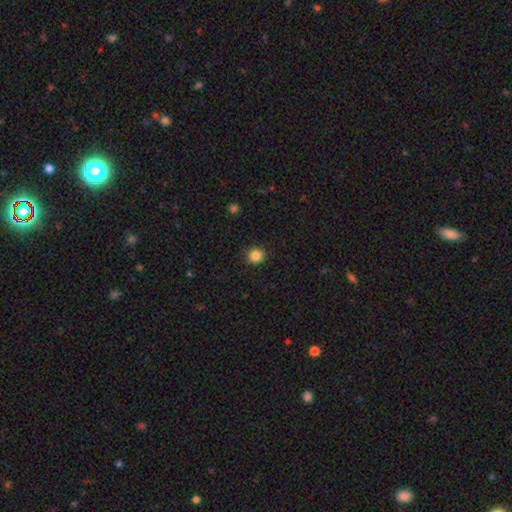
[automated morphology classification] Smooth or featured: smooth — 85% (star or artifact — 11%)
How rounded: round — 90% (in between — 10%)
Merging: none — 91% (minor disturbance — 6%)